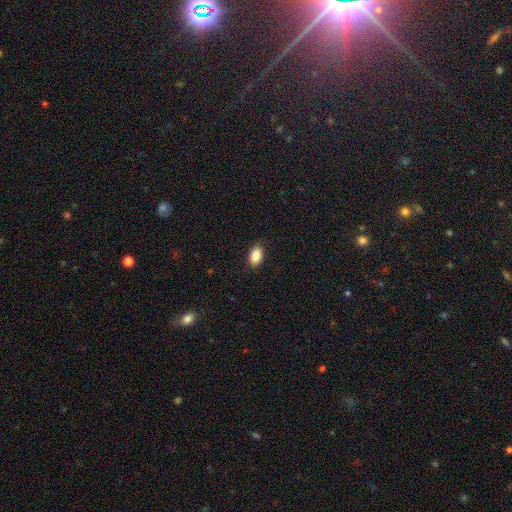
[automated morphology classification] A smooth galaxy with no disk features (87%) that is in between round and cigar-shaped (89%).

Vote fractions:
- Smooth or featured? smooth: 87% / star or artifact: 8% / featured or disk: 5%
- How rounded? in between: 89% / round: 9% / cigar-shaped: 1%
- Merging? none: 88% / minor disturbance: 9% / major disturbance: 2% / merger: 1%